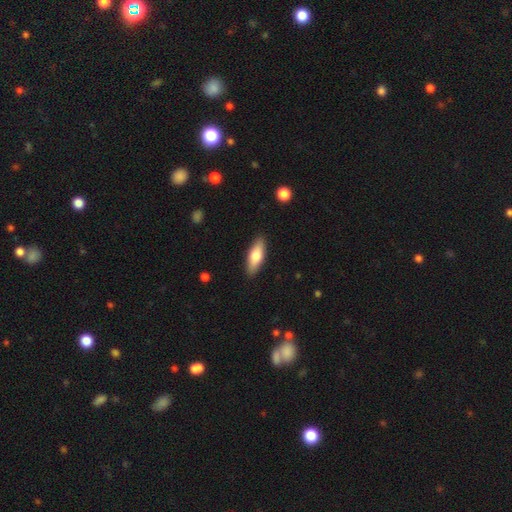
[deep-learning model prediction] Smooth or featured?
  - smooth: 70% *
  - featured or disk: 25%
  - star or artifact: 5%
How rounded?
  - in between: 62% *
  - cigar-shaped: 36%
  - round: 2%
Merging?
  - none: 89% *
  - minor disturbance: 8%
  - major disturbance: 2%
  - merger: 1%